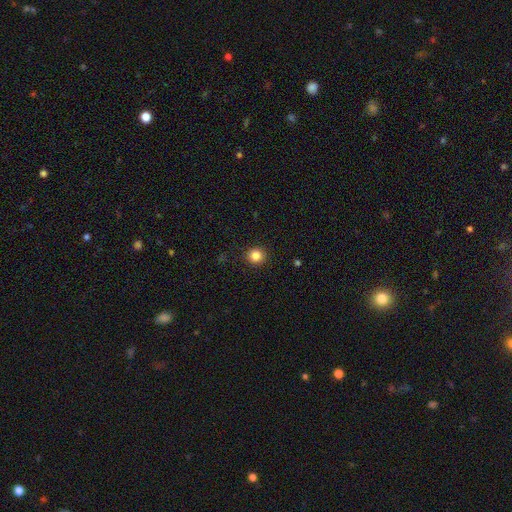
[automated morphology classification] smooth-or-featured: smooth: 84% | star or artifact: 11% | featured or disk: 4%
  how-rounded: round: 92% | in between: 7% | cigar-shaped: 1%
  merging: none: 92% | minor disturbance: 5% | major disturbance: 2% | merger: 1%